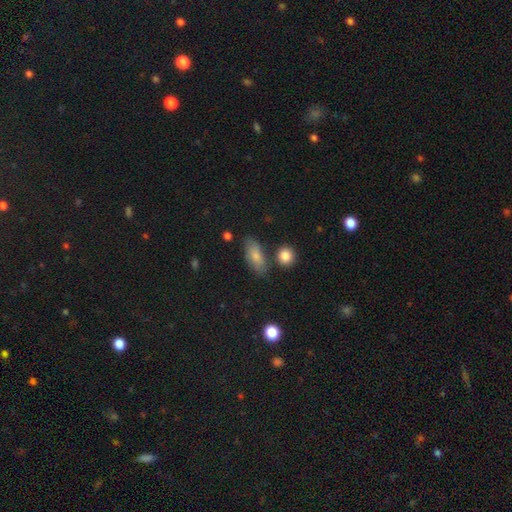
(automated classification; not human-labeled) A smooth galaxy with no disk features (79%) that is in between round and cigar-shaped (85%). Merging: none (71%).